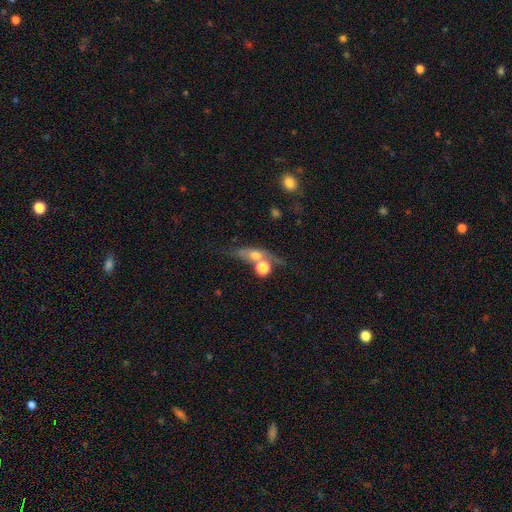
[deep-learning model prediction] smooth 55%, featured or disk 32%, star or artifact 13%. Down the decision tree: how rounded — in between (43%); merging — none (41%).